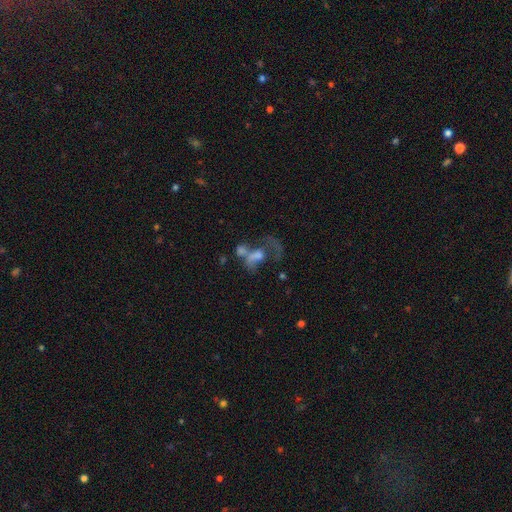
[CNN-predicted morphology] A featured or disk galaxy (46%). Merging: merger (45%).